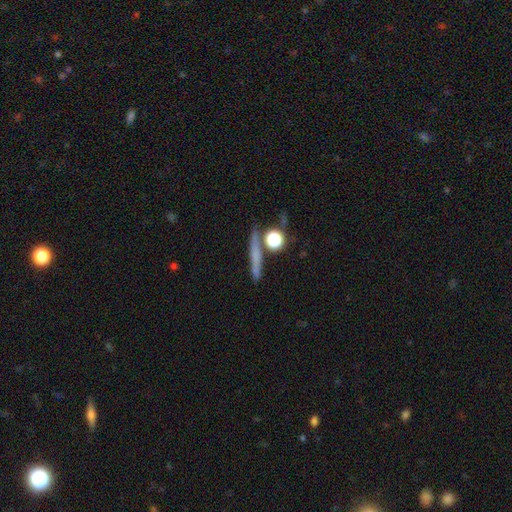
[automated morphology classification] Smooth or featured: smooth — 53% (featured or disk — 31%)
How rounded: cigar-shaped — 71% (round — 20%)
Merging: none — 76% (minor disturbance — 11%)